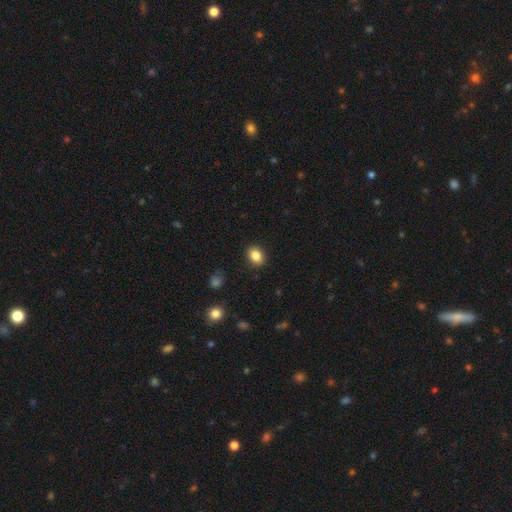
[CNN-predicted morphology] smooth-or-featured: smooth: 86% | star or artifact: 9% | featured or disk: 5%
  how-rounded: in between: 60% | round: 39% | cigar-shaped: 1%
  merging: none: 89% | minor disturbance: 8% | major disturbance: 2% | merger: 1%